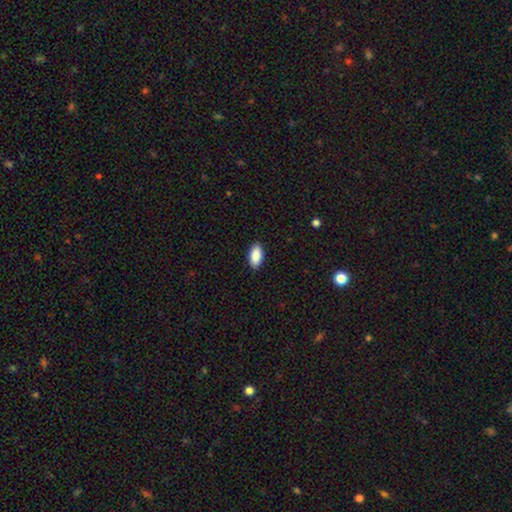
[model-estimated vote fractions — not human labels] Overall: smooth (90%). How rounded: in between (92%). Merging: none (89%).